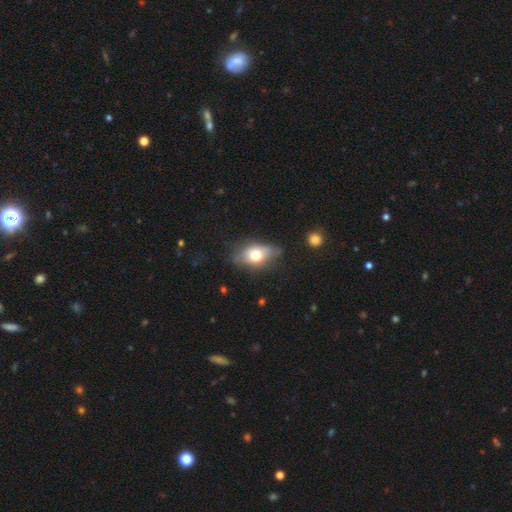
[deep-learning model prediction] A smooth galaxy with no disk features (64%) that is in between round and cigar-shaped (81%). Merging: none (63%).